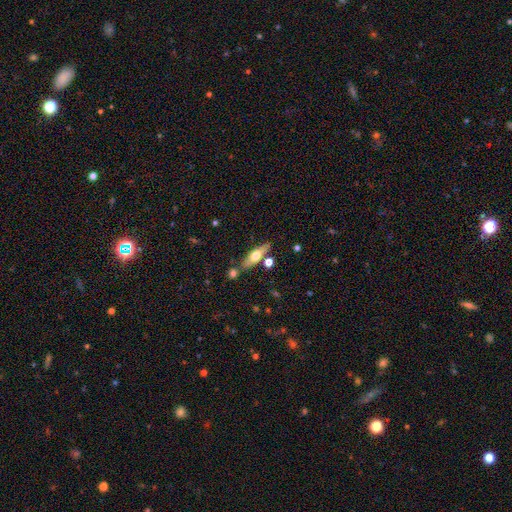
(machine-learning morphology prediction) Smooth or featured: smooth — 49% (featured or disk — 45%)
Merging: none — 77% (minor disturbance — 12%)